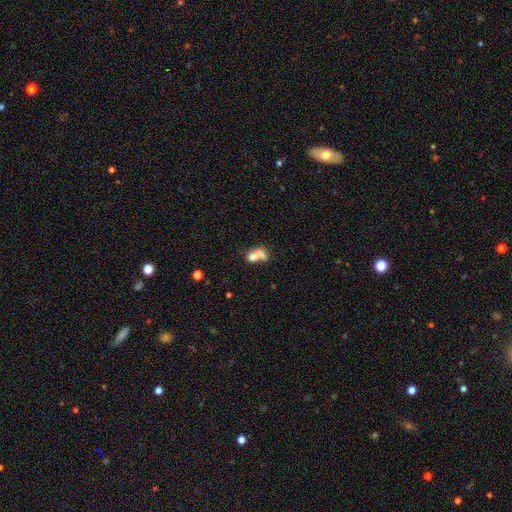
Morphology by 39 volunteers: Smooth or featured? smooth (85%)
How rounded? in between (79%)
Merging? merger (81%)